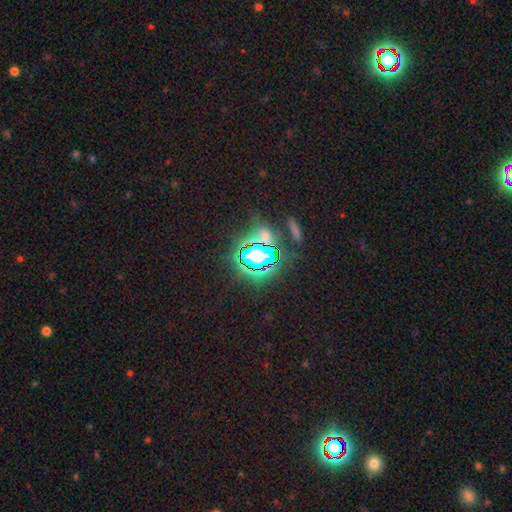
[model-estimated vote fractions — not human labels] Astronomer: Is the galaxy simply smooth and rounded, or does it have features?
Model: star or artifact — 70%.